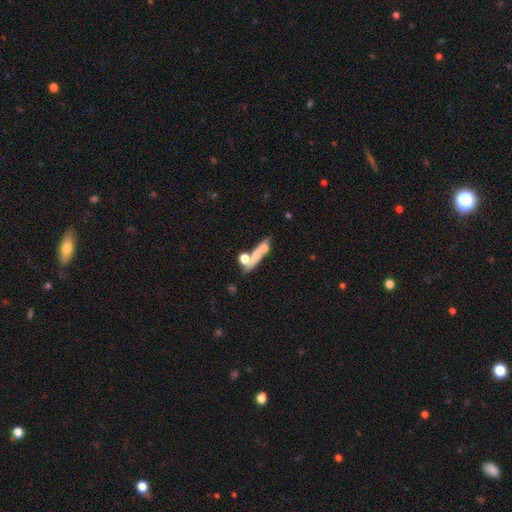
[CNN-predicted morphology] smooth 51%, featured or disk 37%, star or artifact 12%. Down the decision tree: how rounded — cigar-shaped (47%); merging — merger (44%).